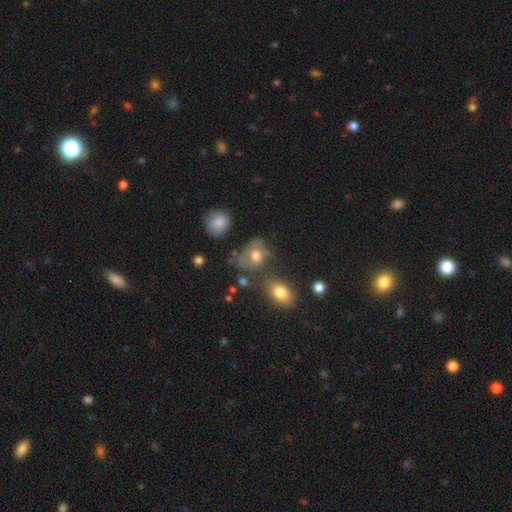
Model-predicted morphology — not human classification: Smooth or featured? Predicted: smooth (p=0.50). How rounded? Predicted: round (p=0.74). Merging? Predicted: none (p=0.57).